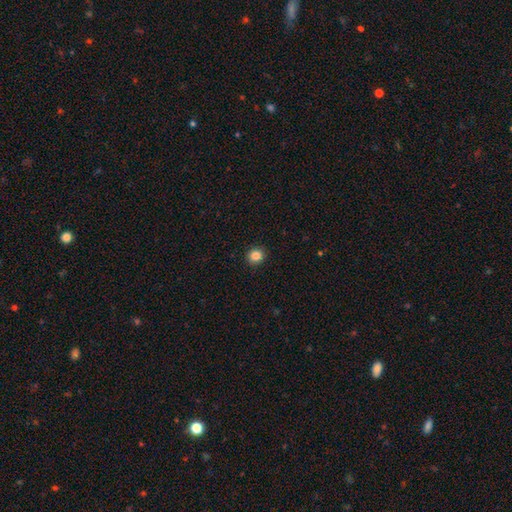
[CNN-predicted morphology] smooth-or-featured: smooth: 84% | star or artifact: 11% | featured or disk: 4%
  how-rounded: round: 88% | in between: 11% | cigar-shaped: 1%
  merging: none: 92% | minor disturbance: 5% | major disturbance: 2% | merger: 1%